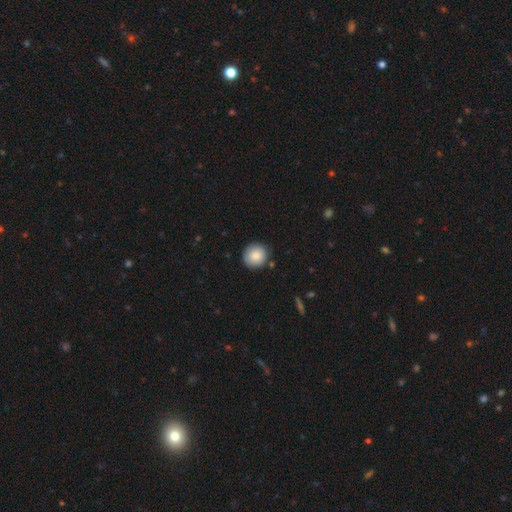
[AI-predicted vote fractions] Smooth or featured?
  - smooth: 85% *
  - featured or disk: 8%
  - star or artifact: 7%
How rounded?
  - round: 92% *
  - in between: 7%
  - cigar-shaped: 1%
Merging?
  - none: 88% *
  - minor disturbance: 9%
  - merger: 2%
  - major disturbance: 2%